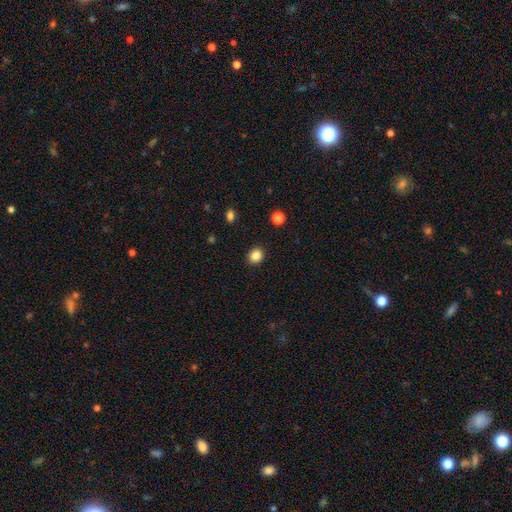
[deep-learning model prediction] This appears to be a smooth galaxy with no disk features (85%) that is round (72%). Merging: none (91%).